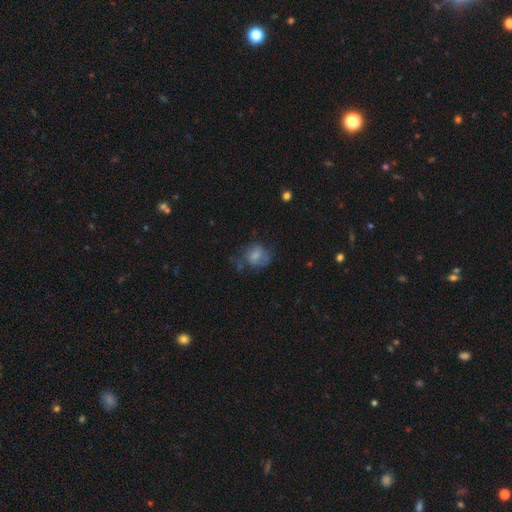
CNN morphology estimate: type=smooth (65%); roundness=round (58%); merging=none (43%).